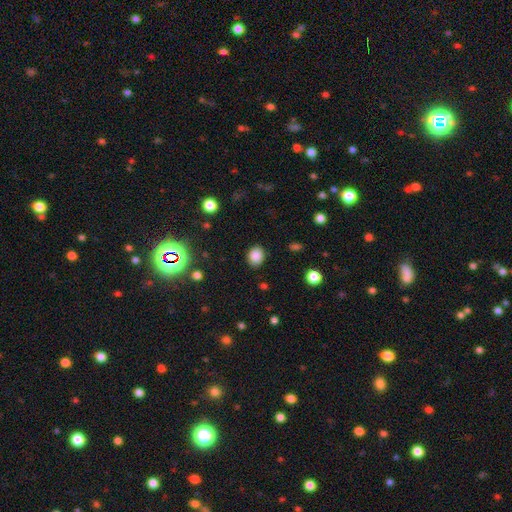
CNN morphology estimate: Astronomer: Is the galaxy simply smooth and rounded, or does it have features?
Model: smooth — 86%.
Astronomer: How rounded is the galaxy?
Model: round — 54% (runner-up: in between, 45%).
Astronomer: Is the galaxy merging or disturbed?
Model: none — 87%.